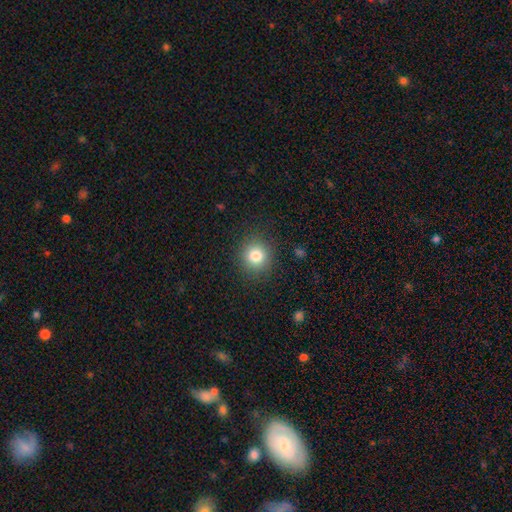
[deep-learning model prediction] smooth_or_featured: smooth (p=0.81) [alt: star or artifact p=0.12]
how_rounded: round (p=0.89) [alt: in between p=0.10]
merging: none (p=0.89) [alt: minor disturbance p=0.07]